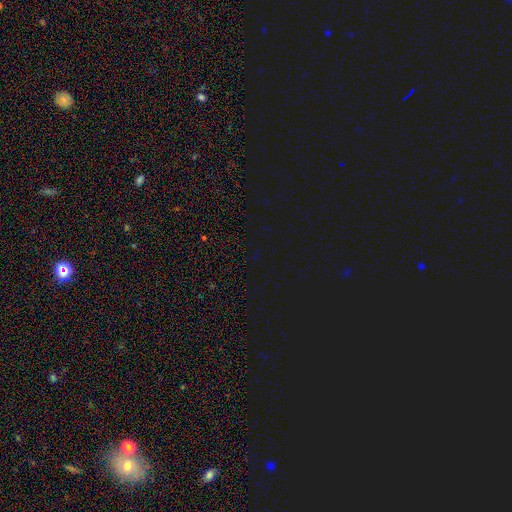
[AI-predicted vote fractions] The model was most divided on "smooth or featured": star or artifact: 78%, smooth: 15%, featured or disk: 7%.